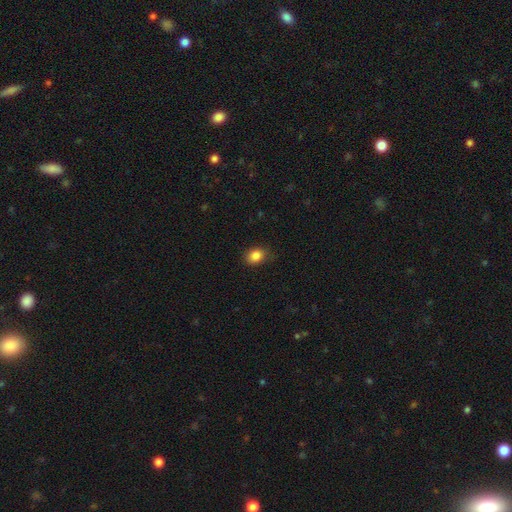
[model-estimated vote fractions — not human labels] smooth 85%, star or artifact 10%, featured or disk 5%. Down the decision tree: how rounded — in between (56%); merging — none (78%).